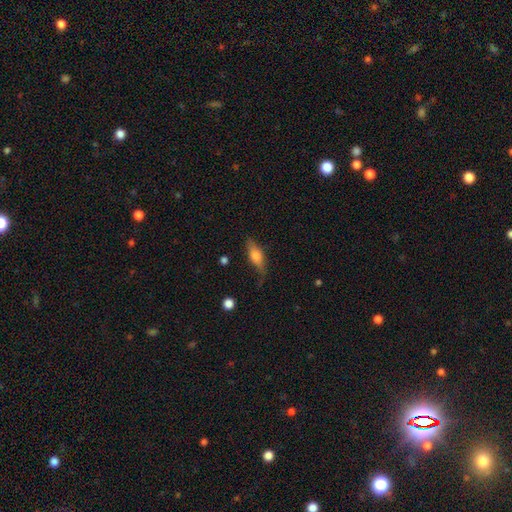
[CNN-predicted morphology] smooth 57%, featured or disk 36%, star or artifact 7%. Down the decision tree: how rounded — in between (63%); merging — none (69%).